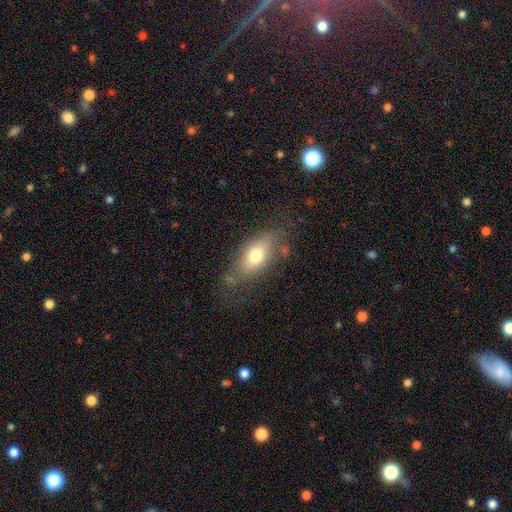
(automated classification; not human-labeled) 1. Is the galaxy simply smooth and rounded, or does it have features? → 69% smooth, 23% featured or disk, 8% star or artifact.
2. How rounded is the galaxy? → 83% in between, 11% cigar-shaped, 6% round.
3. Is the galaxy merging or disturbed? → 67% none, 21% minor disturbance, 9% major disturbance, 3% merger.